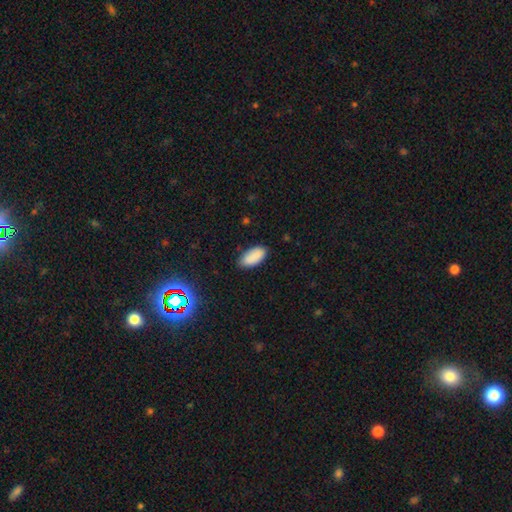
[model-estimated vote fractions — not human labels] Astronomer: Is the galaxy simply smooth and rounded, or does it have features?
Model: smooth — 88%.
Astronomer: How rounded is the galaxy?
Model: in between — 93%.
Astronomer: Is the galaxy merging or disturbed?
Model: none — 82%.